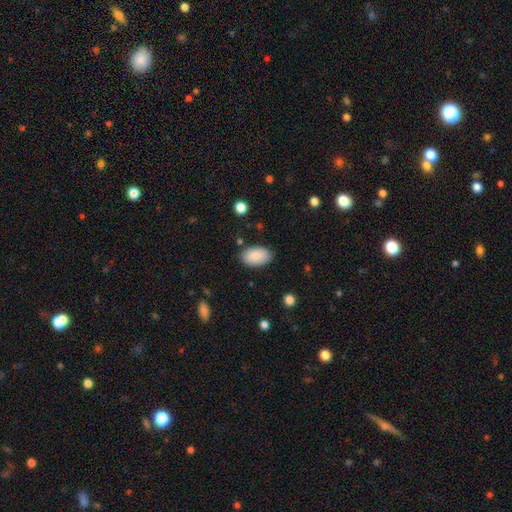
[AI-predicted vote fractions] Smooth or featured?
  - smooth: 84% *
  - featured or disk: 9%
  - star or artifact: 7%
How rounded?
  - in between: 93% *
  - round: 5%
  - cigar-shaped: 1%
Merging?
  - none: 83% *
  - minor disturbance: 13%
  - major disturbance: 3%
  - merger: 2%